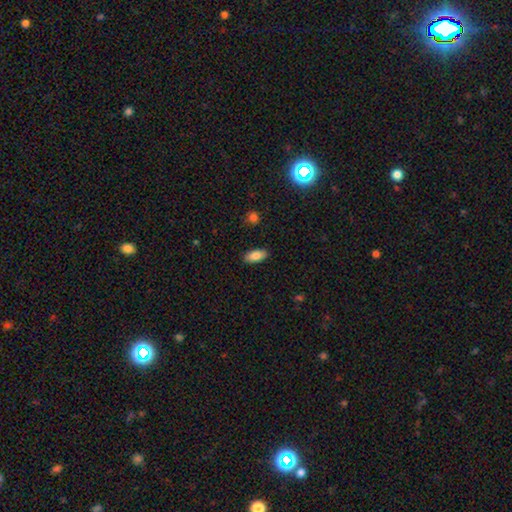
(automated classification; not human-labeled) This appears to be a smooth galaxy with no disk features (85%) that is in between round and cigar-shaped (89%). Merging: none (89%).